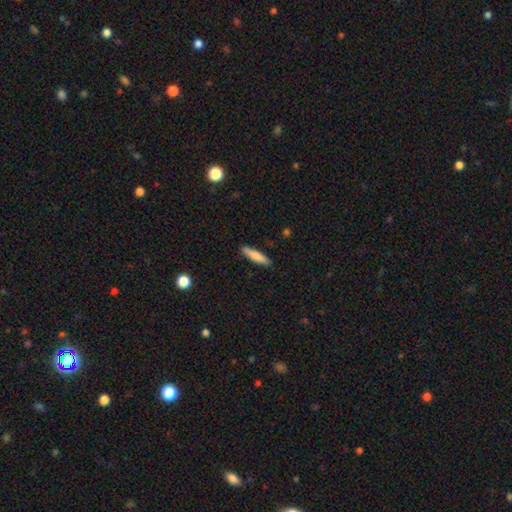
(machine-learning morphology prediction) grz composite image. It shows a smooth galaxy with no disk features (79%) that is cigar-shaped (80%). Merging: none (89%).